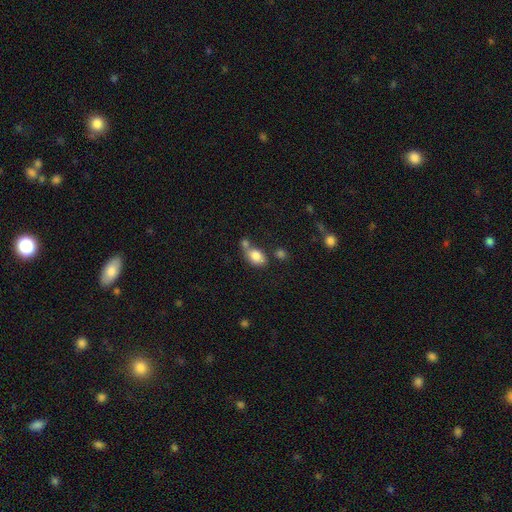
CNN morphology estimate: Smooth or featured?
  - smooth: 82% *
  - featured or disk: 10%
  - star or artifact: 8%
How rounded?
  - in between: 78% *
  - round: 20%
  - cigar-shaped: 2%
Merging?
  - none: 41% *
  - merger: 36%
  - minor disturbance: 16%
  - major disturbance: 6%